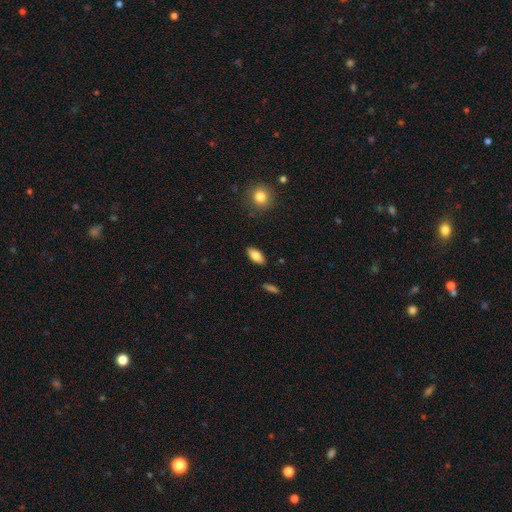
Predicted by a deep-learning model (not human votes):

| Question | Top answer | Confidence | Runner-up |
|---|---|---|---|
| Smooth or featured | smooth | 83% | featured or disk (10%) |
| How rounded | in between | 89% | cigar-shaped (8%) |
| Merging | none | 88% | minor disturbance (9%) |